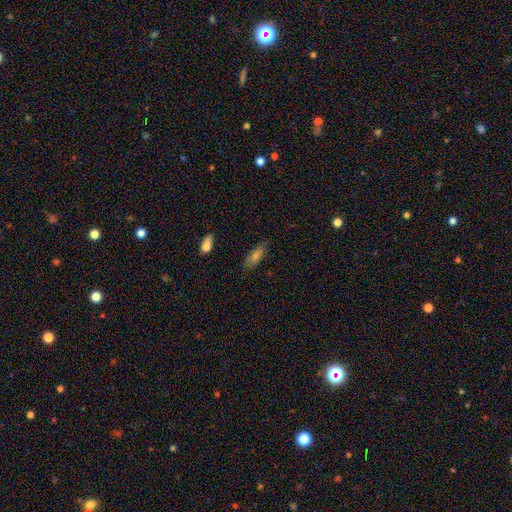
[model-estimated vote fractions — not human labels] A smooth galaxy with no disk features (67%) that is in between round and cigar-shaped (56%). Merging: none (81%).